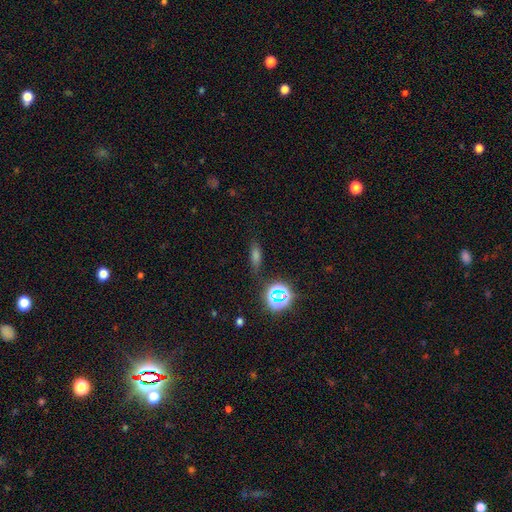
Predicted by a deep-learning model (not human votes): This is possibly a smooth galaxy (55%). How rounded: possibly in between (50%). Merging: clearly none (81%).